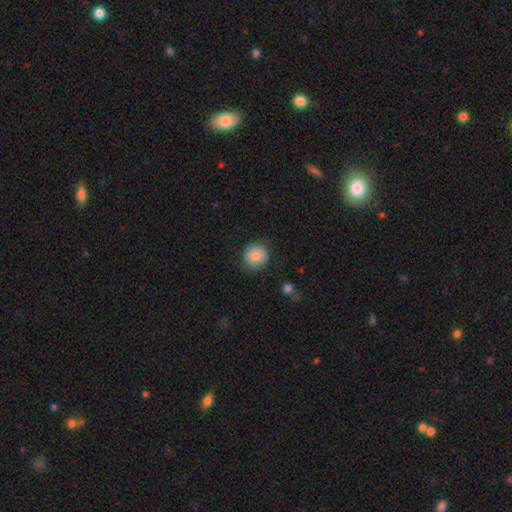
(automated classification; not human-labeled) This appears to be a smooth galaxy with no disk features (84%) that is round (91%). Merging: none (84%).